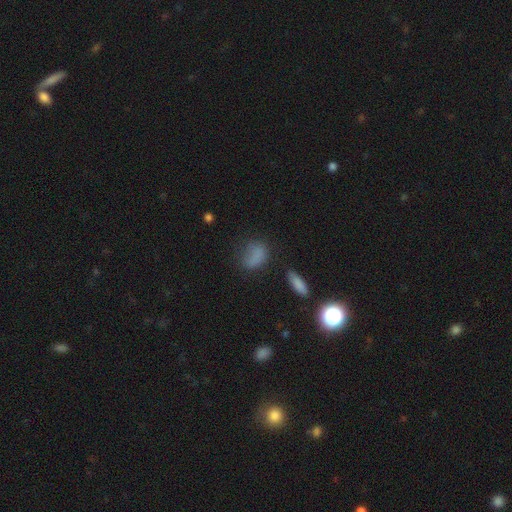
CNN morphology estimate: The model was most divided on "merging": none: 52%, minor disturbance: 26%, major disturbance: 17%, merger: 5%. More confident: smooth or featured — smooth (75%); how rounded — in between (67%).